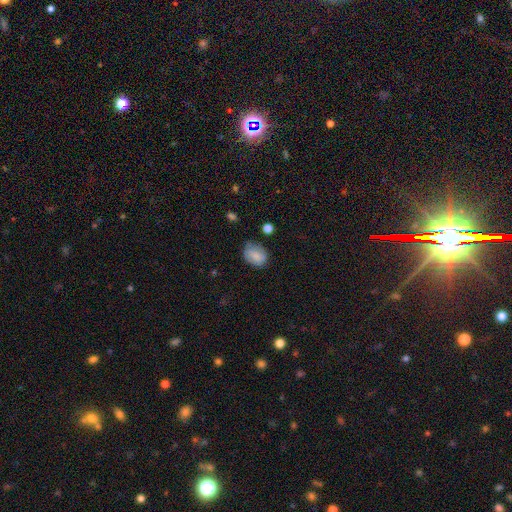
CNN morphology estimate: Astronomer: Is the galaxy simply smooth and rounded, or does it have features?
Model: smooth — 82%.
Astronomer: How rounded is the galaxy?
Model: in between — 65%.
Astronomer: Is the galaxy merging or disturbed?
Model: none — 62%.